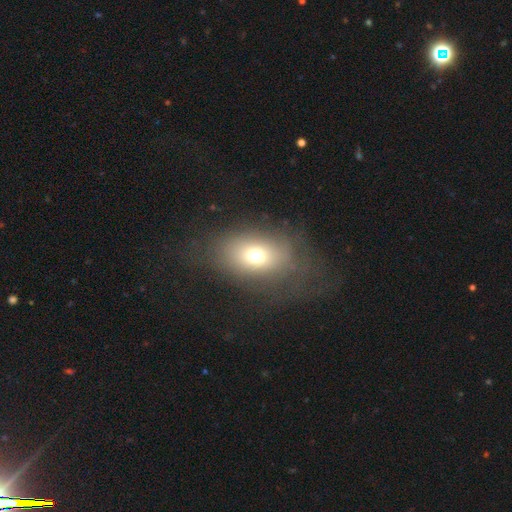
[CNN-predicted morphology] A smooth galaxy with no disk features (68%) that is in between round and cigar-shaped (71%). Merging: none (66%).